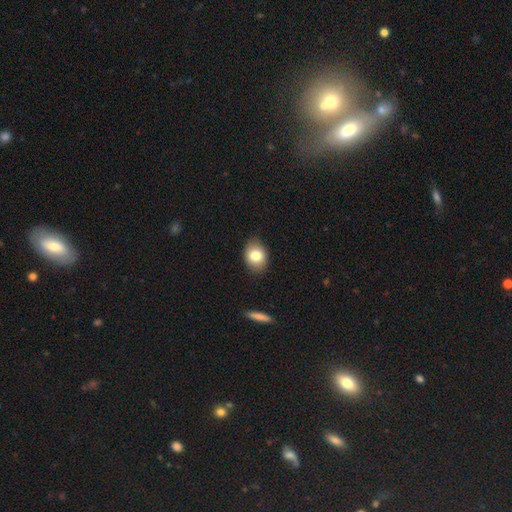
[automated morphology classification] A smooth galaxy with no disk features (79%) that is in between round and cigar-shaped (69%).

Vote fractions:
- Smooth or featured? smooth: 79% / featured or disk: 13% / star or artifact: 9%
- How rounded? in between: 69% / round: 30% / cigar-shaped: 1%
- Merging? none: 85% / minor disturbance: 11% / major disturbance: 2% / merger: 1%